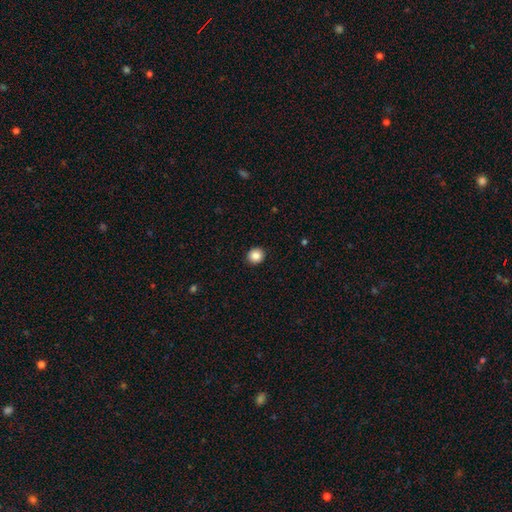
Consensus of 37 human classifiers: Smooth or featured?
  - smooth: 81% *
  - featured or disk: 11%
  - star or artifact: 8%
How rounded?
  - round: 93% *
  - in between: 7%
  - cigar-shaped: 0%
Merging?
  - none: 94% *
  - minor disturbance: 6%
  - major disturbance: 0%
  - merger: 0%